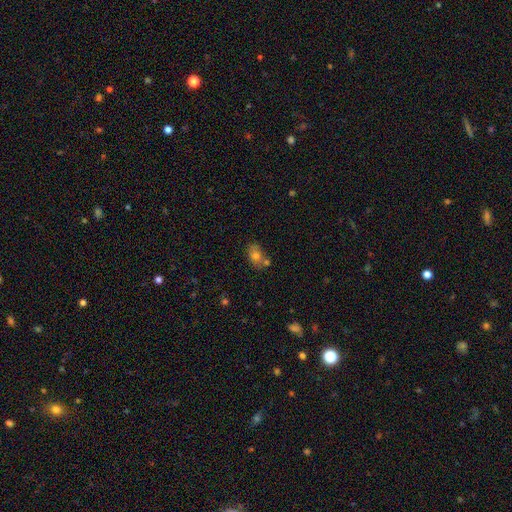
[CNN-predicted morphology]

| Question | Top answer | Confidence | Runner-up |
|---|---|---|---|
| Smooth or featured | smooth | 73% | featured or disk (16%) |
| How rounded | in between | 78% | round (20%) |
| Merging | none | 53% | merger (24%) |